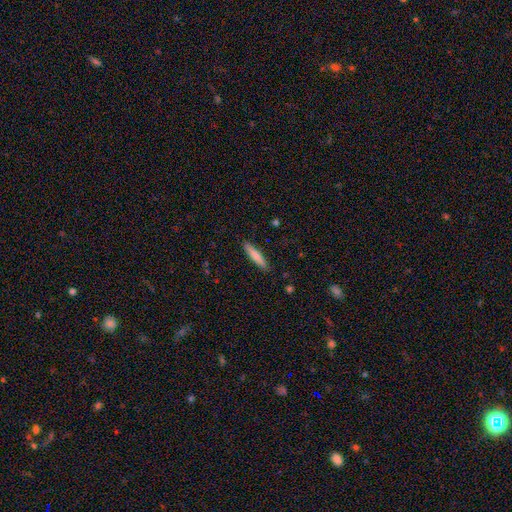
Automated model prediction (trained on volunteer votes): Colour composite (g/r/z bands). It shows a smooth galaxy with no disk features (77%) that is cigar-shaped (90%). Merging: none (90%).